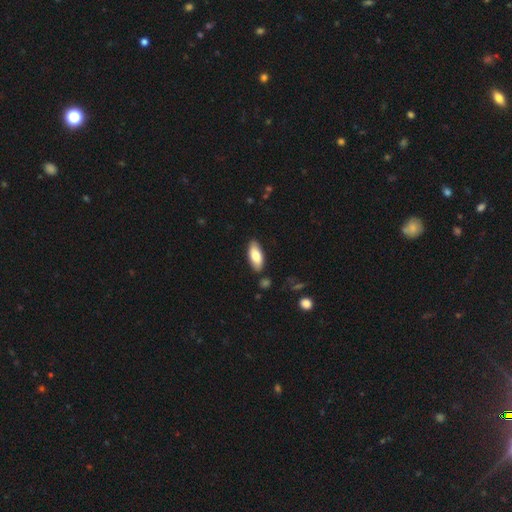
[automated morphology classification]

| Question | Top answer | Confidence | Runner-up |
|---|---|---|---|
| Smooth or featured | smooth | 78% | featured or disk (16%) |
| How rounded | in between | 82% | cigar-shaped (16%) |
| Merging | none | 84% | minor disturbance (12%) |